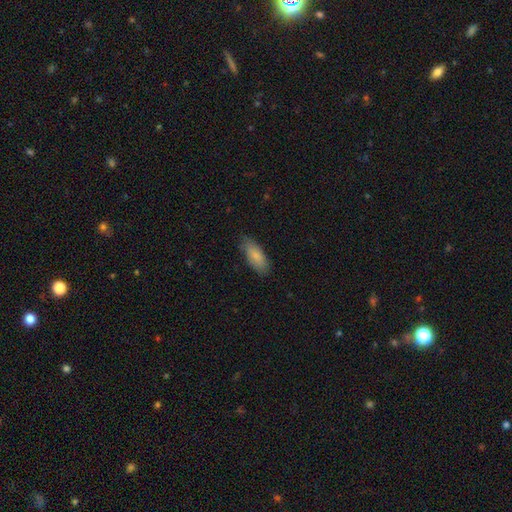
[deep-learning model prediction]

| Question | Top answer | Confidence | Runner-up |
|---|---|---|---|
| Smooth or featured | smooth | 82% | featured or disk (12%) |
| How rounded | in between | 77% | cigar-shaped (21%) |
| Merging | none | 75% | minor disturbance (20%) |